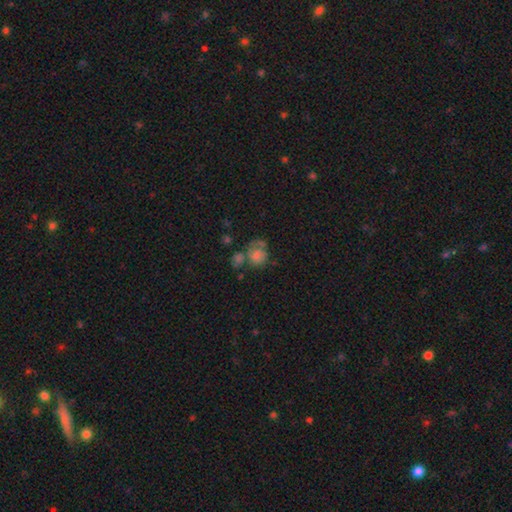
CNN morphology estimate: Smooth or featured? Predicted: smooth (p=0.57). How rounded? Predicted: round (p=0.67). Merging? Predicted: none (p=0.35).